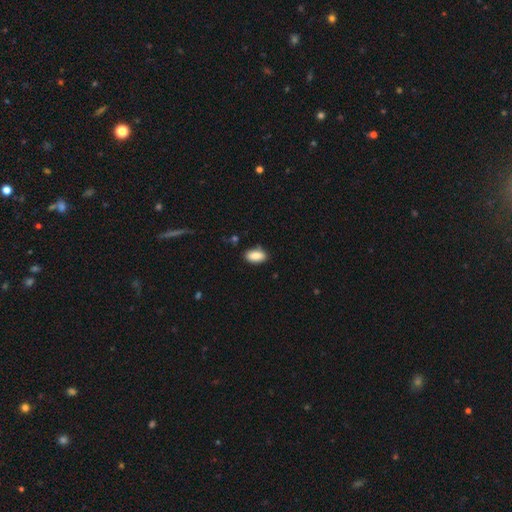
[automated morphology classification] Smooth or featured? smooth (86%)
How rounded? in between (92%)
Merging? none (83%)